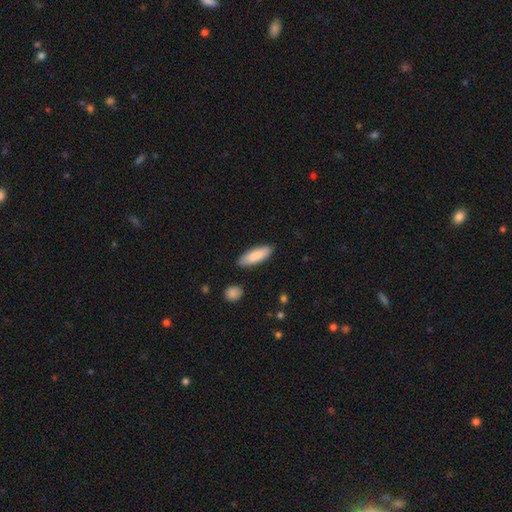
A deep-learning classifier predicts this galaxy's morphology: The model was most divided on "how rounded": in between: 62%, cigar-shaped: 36%, round: 2%. More confident: merging — none (86%); smooth or featured — smooth (85%).